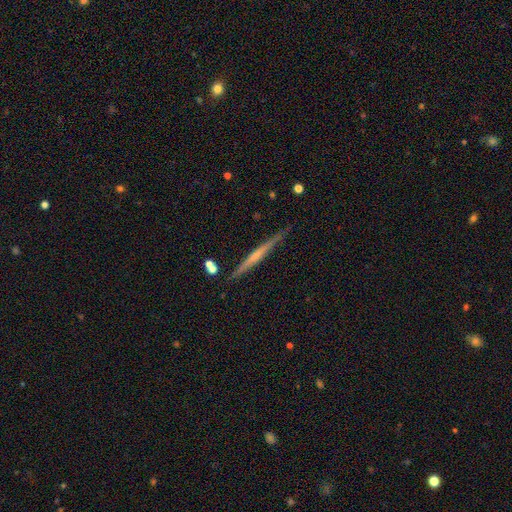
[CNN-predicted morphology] Q: Smooth or featured?
A: featured or disk (66%); runner-up: smooth (28%)
Q: Edge-on disk?
A: yes (98%); runner-up: no (2%)
Q: Edge-on bulge?
A: none (56%); runner-up: rounded (37%)
Q: Merging?
A: none (87%); runner-up: minor disturbance (9%)